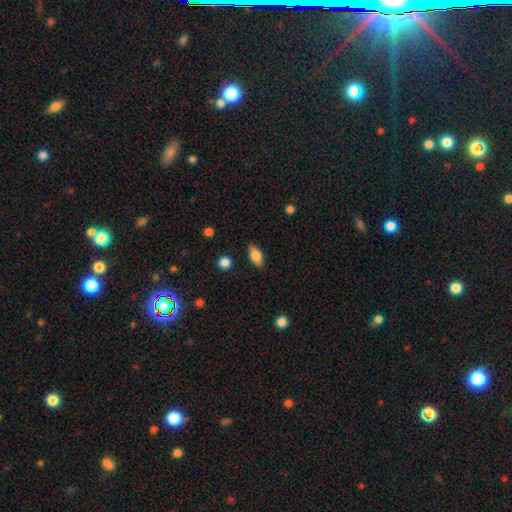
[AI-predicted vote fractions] smooth_or_featured: smooth (p=0.77) [alt: featured or disk p=0.15]
how_rounded: in between (p=0.85) [alt: cigar-shaped p=0.10]
merging: none (p=0.84) [alt: minor disturbance p=0.12]